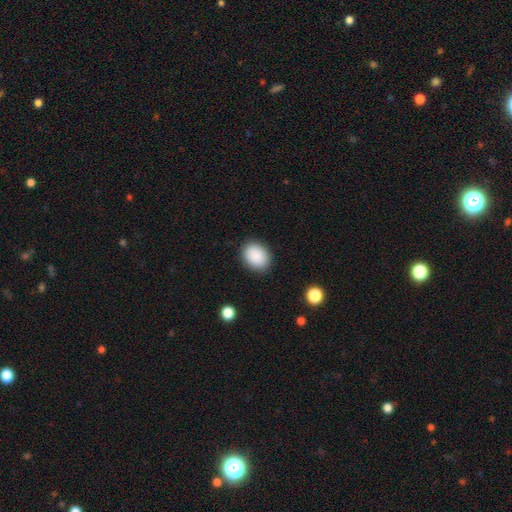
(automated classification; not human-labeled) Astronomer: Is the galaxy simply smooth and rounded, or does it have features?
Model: smooth — 89%.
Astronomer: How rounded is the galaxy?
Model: in between — 63%.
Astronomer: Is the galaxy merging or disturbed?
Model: none — 88%.